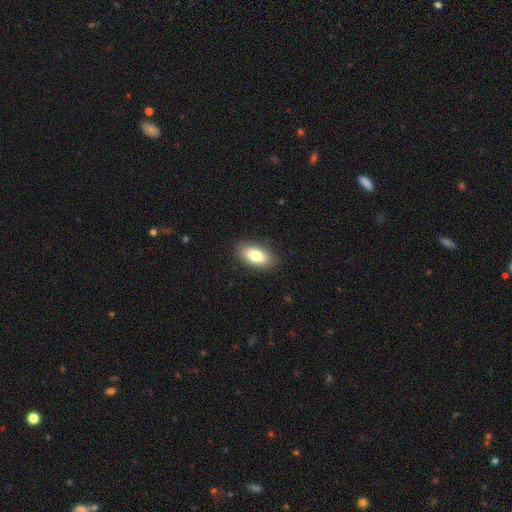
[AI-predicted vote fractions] A smooth galaxy with no disk features (82%) that is in between round and cigar-shaped (91%).

Vote fractions:
- Smooth or featured? smooth: 82% / featured or disk: 11% / star or artifact: 7%
- How rounded? in between: 91% / cigar-shaped: 5% / round: 4%
- Merging? none: 88% / minor disturbance: 9% / major disturbance: 2% / merger: 1%